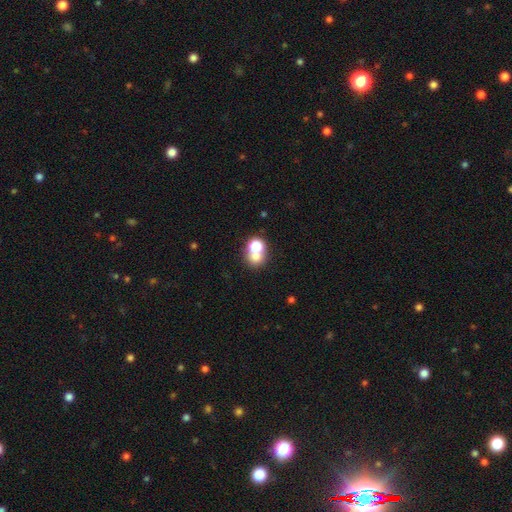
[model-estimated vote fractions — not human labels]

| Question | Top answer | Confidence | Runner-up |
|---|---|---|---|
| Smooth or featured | smooth | 67% | star or artifact (17%) |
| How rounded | round | 73% | in between (26%) |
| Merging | merger | 52% | none (38%) |